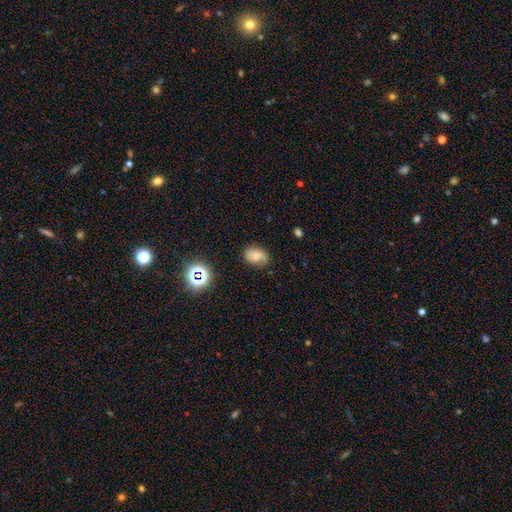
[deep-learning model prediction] This is likely a smooth galaxy (62%). How rounded: likely in between (77%). Merging: likely none (70%).